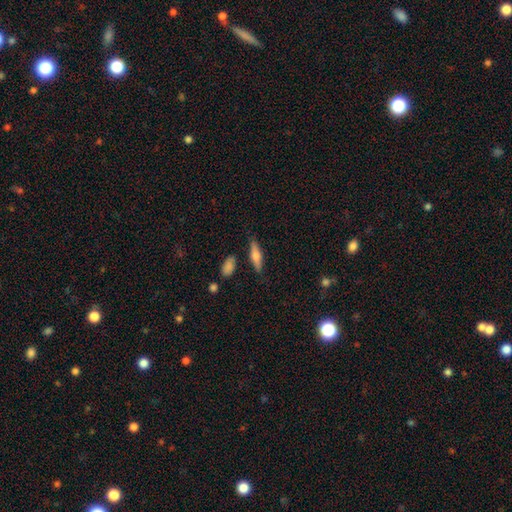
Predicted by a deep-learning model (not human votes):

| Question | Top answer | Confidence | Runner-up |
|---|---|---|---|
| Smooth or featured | smooth | 59% | featured or disk (34%) |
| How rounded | cigar-shaped | 63% | in between (34%) |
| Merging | none | 81% | minor disturbance (13%) |